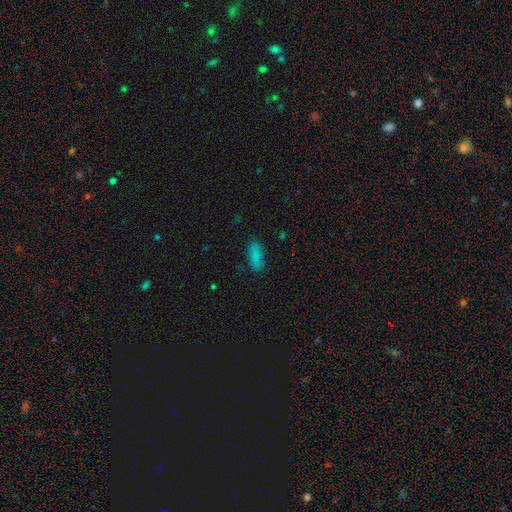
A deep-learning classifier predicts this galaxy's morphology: A smooth galaxy with no disk features (84%) that is in between round and cigar-shaped (82%).

Vote fractions:
- Smooth or featured? smooth: 84% / star or artifact: 10% / featured or disk: 6%
- How rounded? in between: 82% / cigar-shaped: 16% / round: 3%
- Merging? none: 85% / minor disturbance: 11% / major disturbance: 3% / merger: 1%